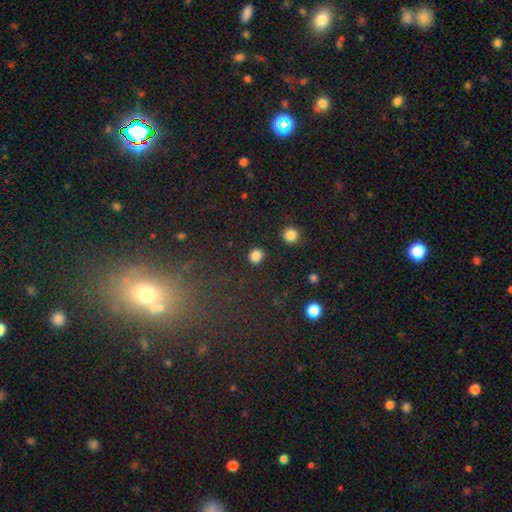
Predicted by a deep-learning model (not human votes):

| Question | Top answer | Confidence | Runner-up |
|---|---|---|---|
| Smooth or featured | smooth | 84% | star or artifact (13%) |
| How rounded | round | 87% | in between (12%) |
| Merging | none | 90% | minor disturbance (6%) |